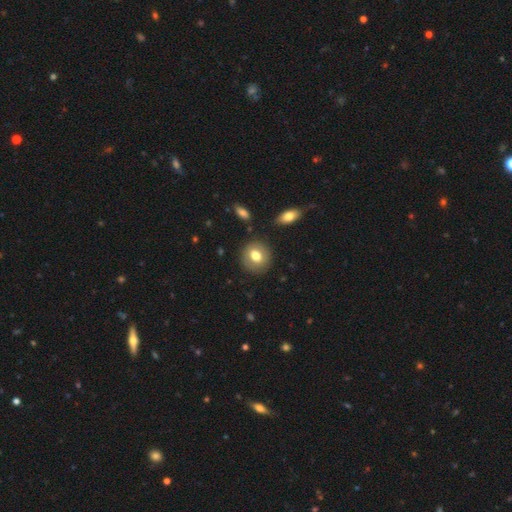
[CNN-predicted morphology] Q: Smooth or featured?
A: smooth (73%); runner-up: featured or disk (18%)
Q: How rounded?
A: round (79%); runner-up: in between (20%)
Q: Merging?
A: none (86%); runner-up: minor disturbance (8%)